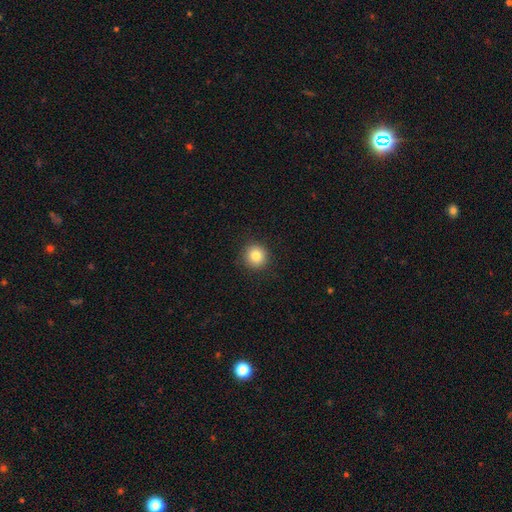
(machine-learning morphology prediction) Smooth or featured? smooth (82%)
How rounded? round (94%)
Merging? none (91%)